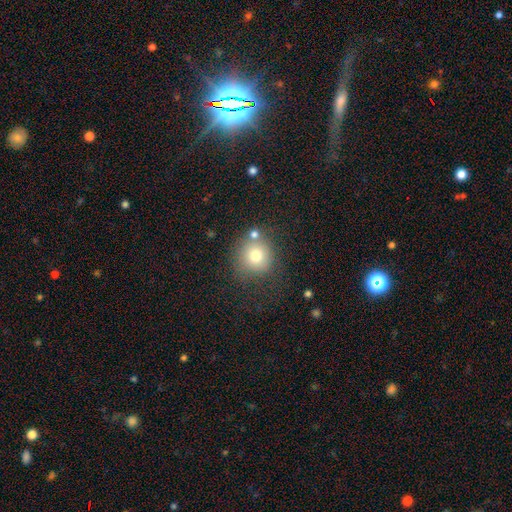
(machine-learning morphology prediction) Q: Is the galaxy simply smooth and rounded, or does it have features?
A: smooth — 75%.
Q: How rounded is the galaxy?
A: round — 89%.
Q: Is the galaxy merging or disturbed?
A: none — 65%.